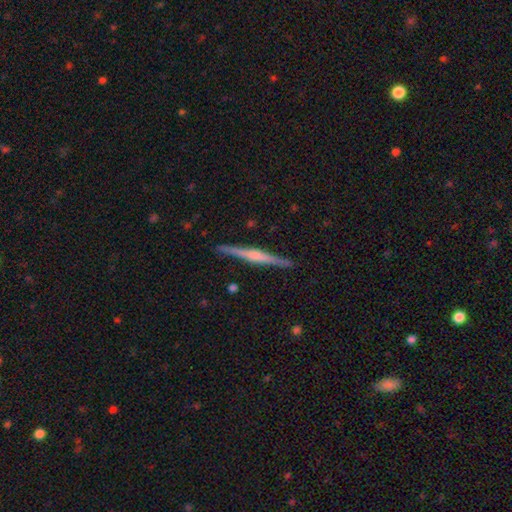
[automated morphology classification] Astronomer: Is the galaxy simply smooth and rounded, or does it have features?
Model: featured or disk — 77%.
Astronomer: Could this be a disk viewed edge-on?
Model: yes — 98%.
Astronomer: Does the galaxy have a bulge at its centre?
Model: rounded — 69%.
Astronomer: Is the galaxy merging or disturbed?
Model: none — 91%.